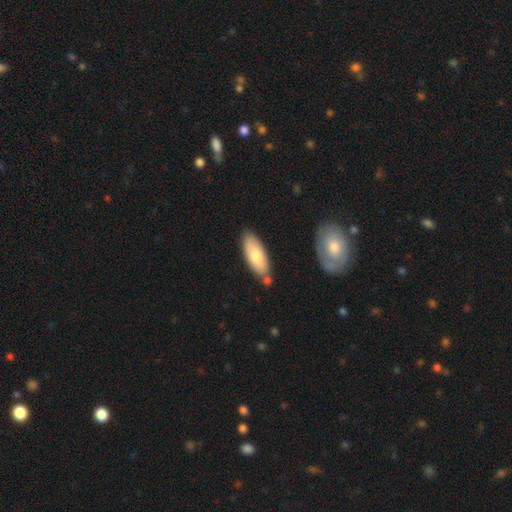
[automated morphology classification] smooth 76%, featured or disk 19%, star or artifact 5%. Down the decision tree: how rounded — in between (79%); merging — none (71%).